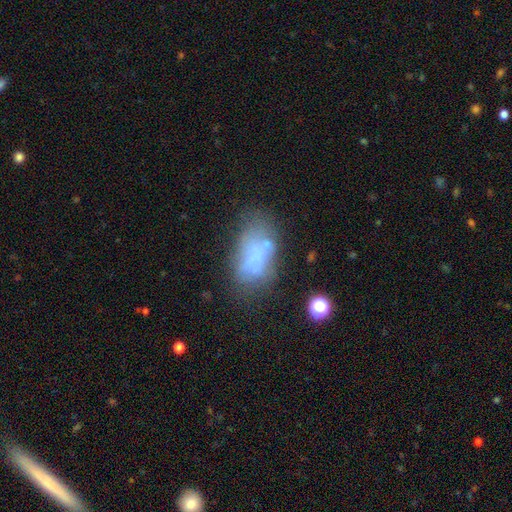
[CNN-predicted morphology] smooth_or_featured: smooth (p=0.50) [alt: featured or disk p=0.36]
how_rounded: in between (p=0.89) [alt: round p=0.08]
merging: none (p=0.39) [alt: minor disturbance p=0.26]